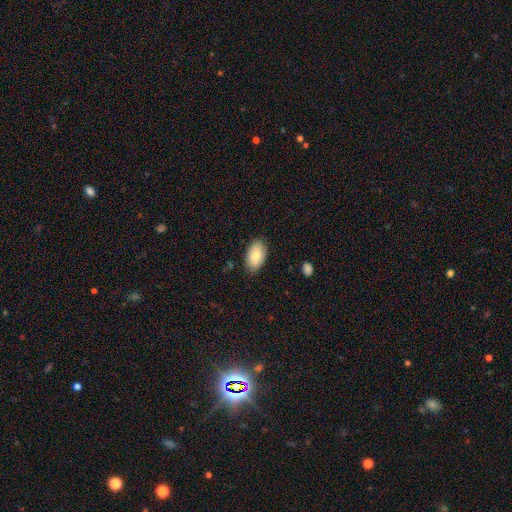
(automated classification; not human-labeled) The model was most divided on "merging": none: 84%, minor disturbance: 13%, major disturbance: 2%, merger: 1%. More confident: how rounded — in between (94%); smooth or featured — smooth (83%).